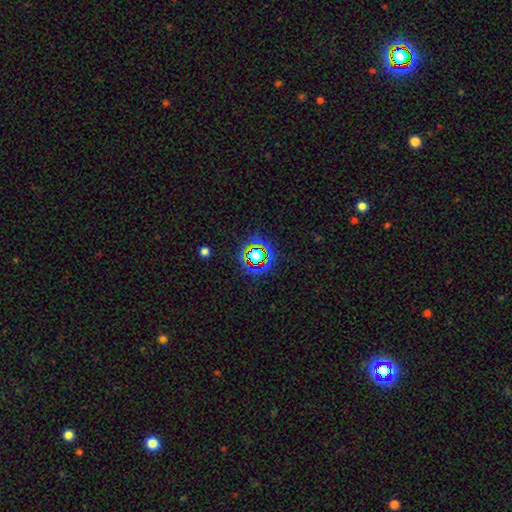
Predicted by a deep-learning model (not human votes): star or artifact 65%, smooth 23%, featured or disk 12%.